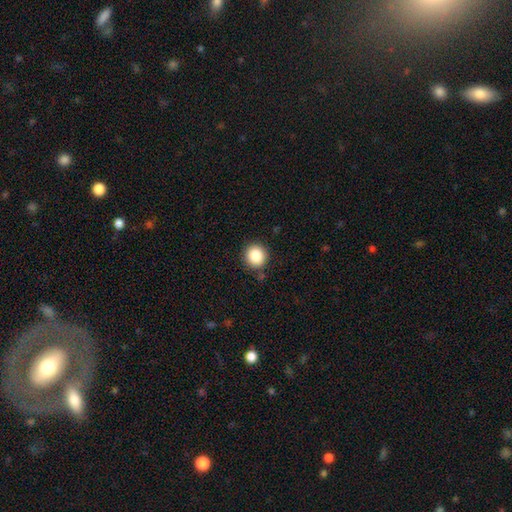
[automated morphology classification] A smooth galaxy with no disk features (86%) that is round (91%).

Vote fractions:
- Smooth or featured? smooth: 86% / star or artifact: 10% / featured or disk: 4%
- How rounded? round: 91% / in between: 8% / cigar-shaped: 1%
- Merging? none: 86% / minor disturbance: 9% / major disturbance: 3% / merger: 2%